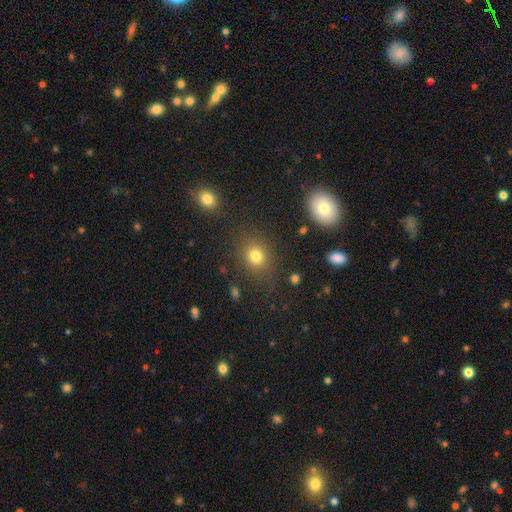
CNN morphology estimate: Smooth or featured? Predicted: smooth (p=0.76). How rounded? Predicted: round (p=0.68). Merging? Predicted: none (p=0.81).